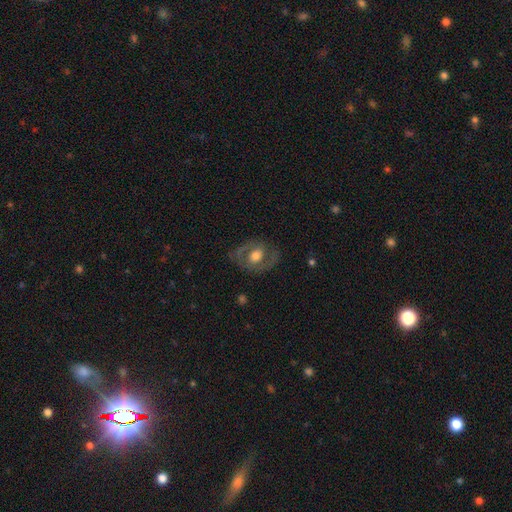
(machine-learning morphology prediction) The model was most divided on "spiral arms": yes: 52%, no: 48%. More confident: edge-on disk — no (94%); merging — none (74%); bar — no (63%); smooth or featured — featured or disk (60%); bulge size — moderate (55%).